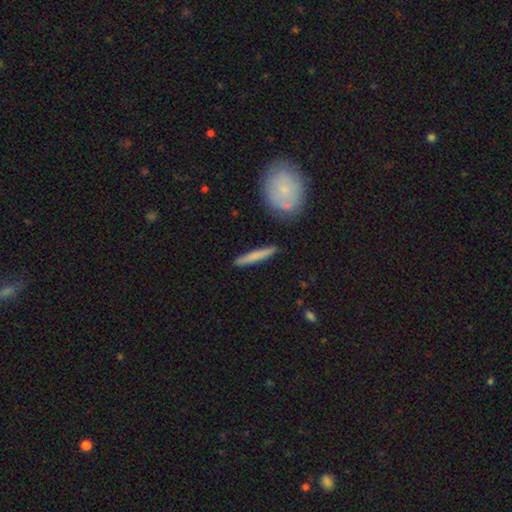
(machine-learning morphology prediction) A smooth galaxy with no disk features (68%) that is cigar-shaped (93%). Merging: none (88%).